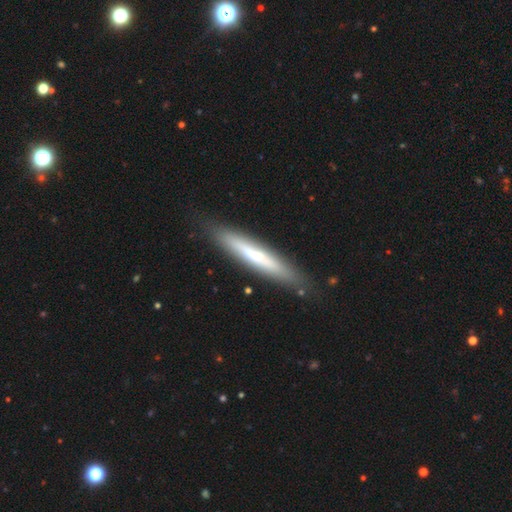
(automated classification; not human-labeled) Overall: featured or disk (48%; smooth 45%). Merging: none (84%).